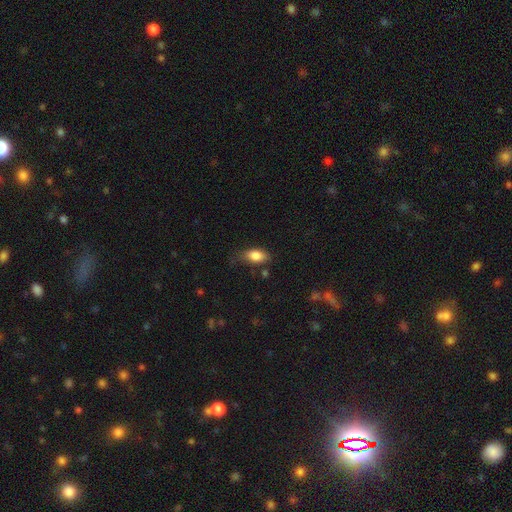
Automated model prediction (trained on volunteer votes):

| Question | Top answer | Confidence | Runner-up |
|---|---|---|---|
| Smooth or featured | smooth | 84% | featured or disk (8%) |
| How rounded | in between | 88% | cigar-shaped (6%) |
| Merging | none | 64% | minor disturbance (26%) |